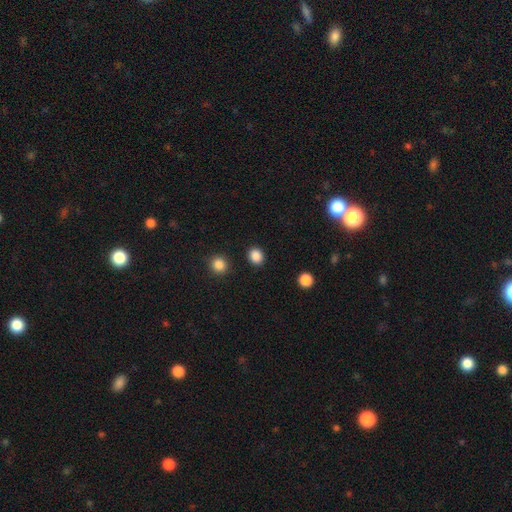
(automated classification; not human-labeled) Smooth or featured? smooth (87%)
How rounded? round (69%)
Merging? none (90%)